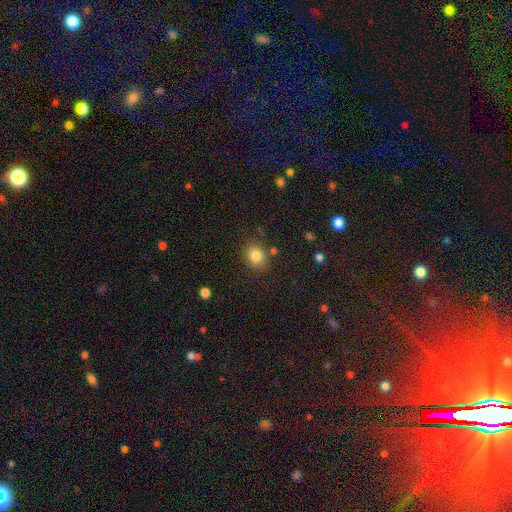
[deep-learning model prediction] smooth-or-featured: smooth: 83% | star or artifact: 11% | featured or disk: 7%
  how-rounded: round: 63% | in between: 36% | cigar-shaped: 1%
  merging: none: 83% | minor disturbance: 10% | merger: 4% | major disturbance: 3%